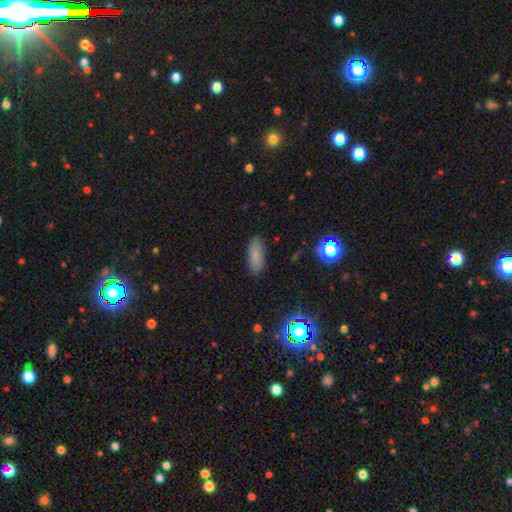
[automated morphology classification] This appears to be a smooth galaxy with no disk features (80%) that is in between round and cigar-shaped (81%). Merging: none (87%).